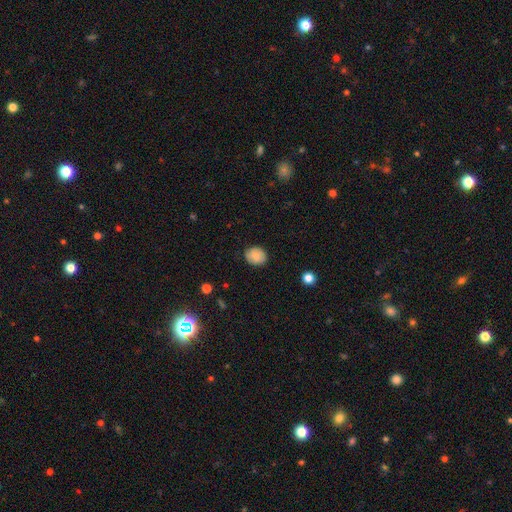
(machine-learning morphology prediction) Smooth or featured: smooth — 78% (featured or disk — 13%)
How rounded: round — 67% (in between — 32%)
Merging: none — 84% (minor disturbance — 13%)